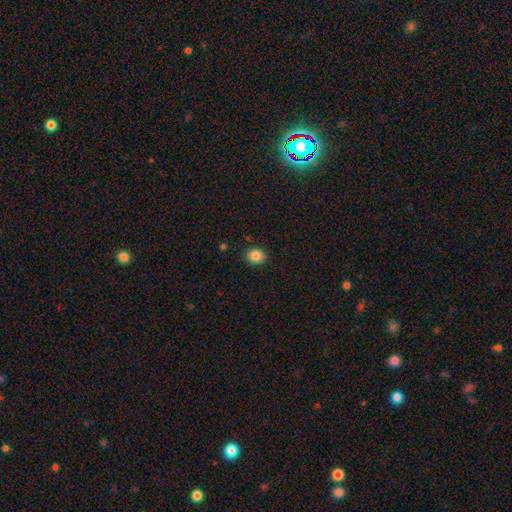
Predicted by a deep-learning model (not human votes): Smooth or featured? smooth (86%)
How rounded? round (59%)
Merging? none (89%)